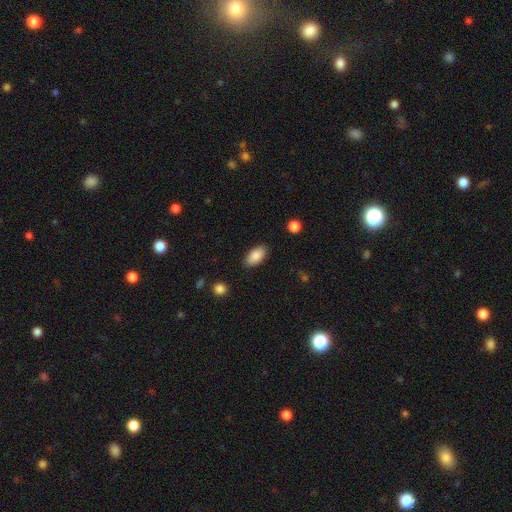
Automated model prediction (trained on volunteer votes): The model was most divided on "merging": none: 86%, minor disturbance: 10%, major disturbance: 2%, merger: 1%. More confident: how rounded — in between (93%); smooth or featured — smooth (87%).